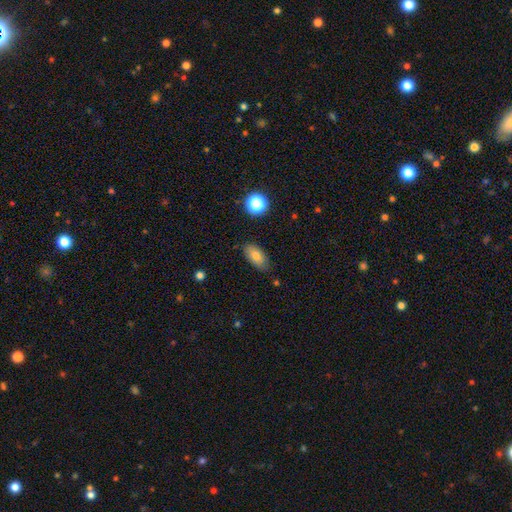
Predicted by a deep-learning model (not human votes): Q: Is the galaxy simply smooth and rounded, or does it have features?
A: smooth — 78%.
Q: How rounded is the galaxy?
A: in between — 89%.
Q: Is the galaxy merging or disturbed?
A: none — 80%.